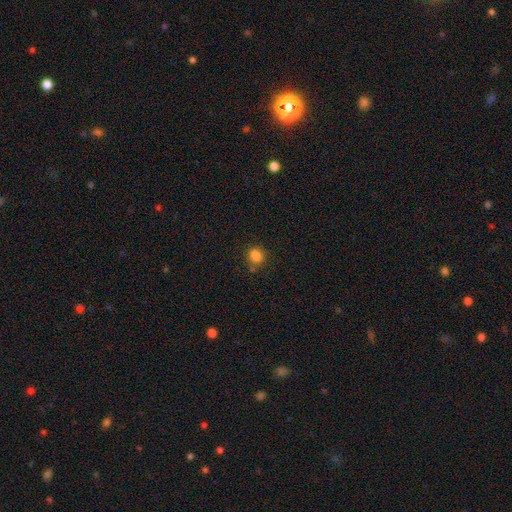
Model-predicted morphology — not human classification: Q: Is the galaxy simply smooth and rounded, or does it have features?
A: smooth — 84%.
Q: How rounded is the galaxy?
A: round — 69%.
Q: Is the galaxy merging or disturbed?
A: none — 74%.